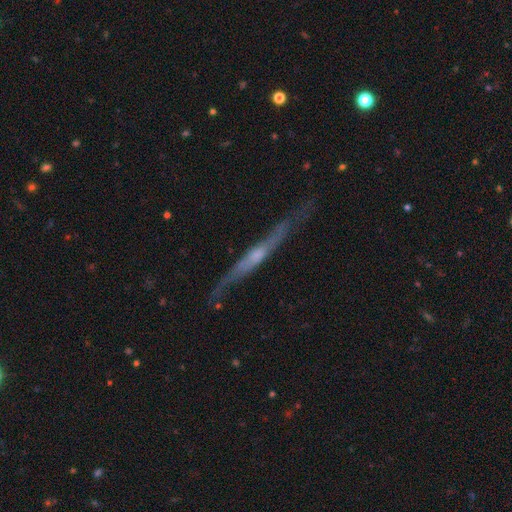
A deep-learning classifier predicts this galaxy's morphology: Smooth or featured? featured or disk (74%)
Edge-on disk? yes (91%)
Edge-on bulge? rounded (53%)
Merging? none (71%)